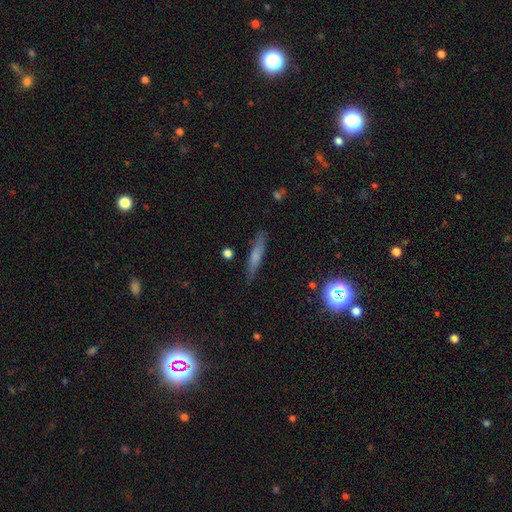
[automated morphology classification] type=smooth (58%); roundness=cigar-shaped (87%); merging=none (84%).